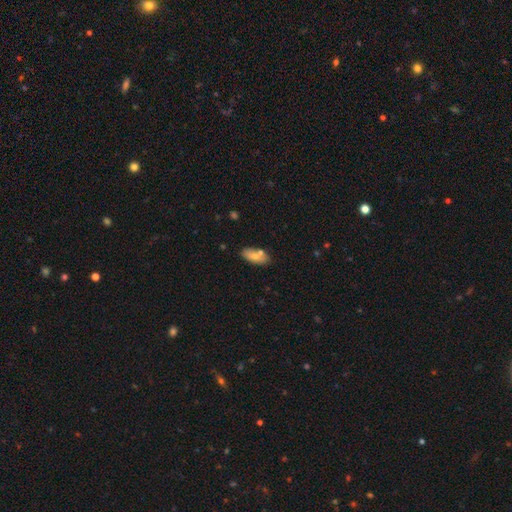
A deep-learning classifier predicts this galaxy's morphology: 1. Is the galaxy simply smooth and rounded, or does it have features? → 75% smooth, 17% featured or disk, 8% star or artifact.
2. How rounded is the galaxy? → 84% in between, 12% cigar-shaped, 3% round.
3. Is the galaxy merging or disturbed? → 72% none, 14% minor disturbance, 11% merger, 3% major disturbance.